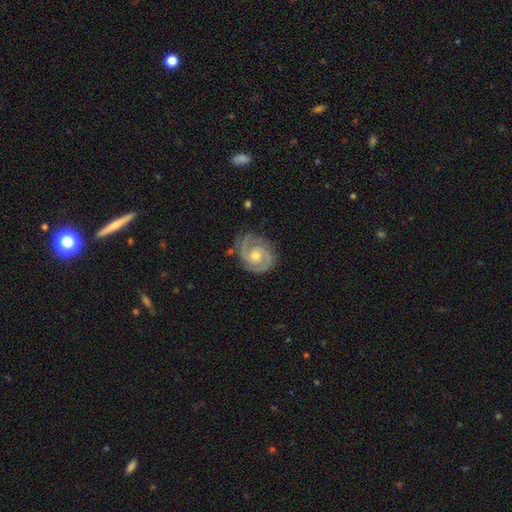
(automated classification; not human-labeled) smooth_or_featured: featured or disk (p=0.92) [alt: star or artifact p=0.04]
disk_edge_on: no (p=0.98) [alt: yes p=0.02]
bar: no (p=0.66) [alt: weak p=0.27]
has_spiral_arms: yes (p=0.98) [alt: no p=0.02]
spiral_winding: tight (p=0.62) [alt: medium p=0.34]
spiral_arm_count: 2 (p=0.88) [alt: 3 p=0.06]
bulge_size: moderate (p=0.64) [alt: small p=0.32]
merging: none (p=0.80) [alt: minor disturbance p=0.15]